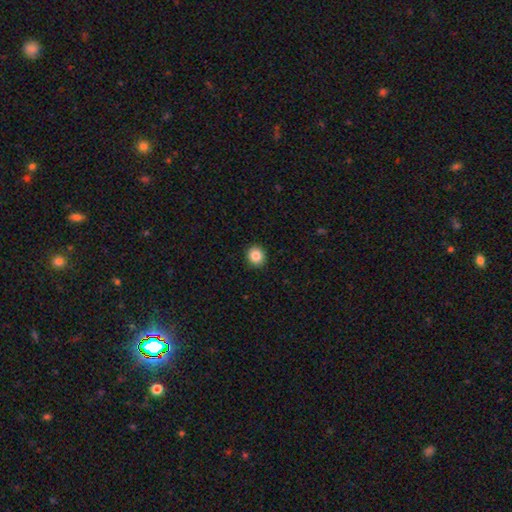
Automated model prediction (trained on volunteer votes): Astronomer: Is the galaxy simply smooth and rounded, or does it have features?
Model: smooth — 86%.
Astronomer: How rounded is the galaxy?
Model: round — 86%.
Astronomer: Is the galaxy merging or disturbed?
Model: none — 92%.